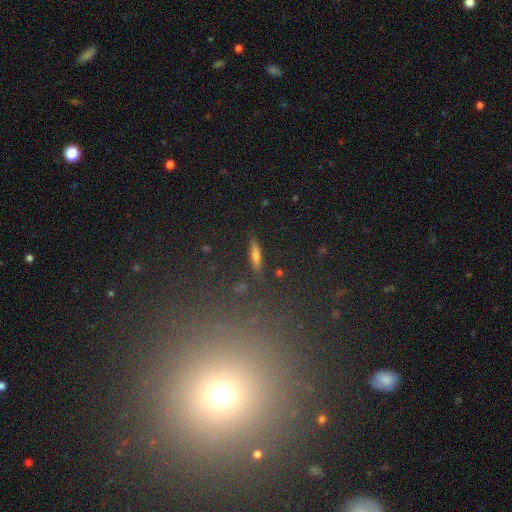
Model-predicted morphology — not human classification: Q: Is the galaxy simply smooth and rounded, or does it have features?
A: smooth — 53%.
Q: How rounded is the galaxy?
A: cigar-shaped — 77%.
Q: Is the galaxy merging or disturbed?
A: none — 86%.